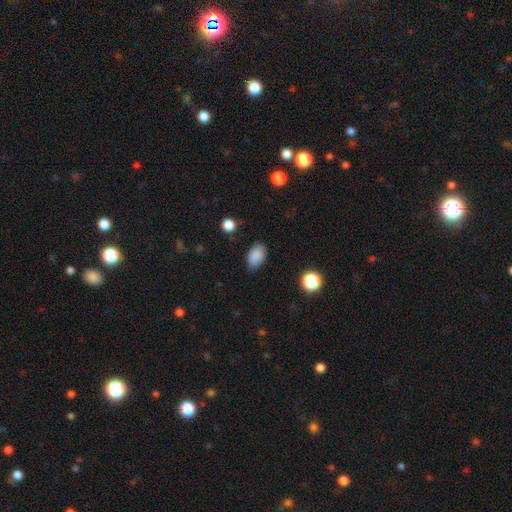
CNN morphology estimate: smooth_or_featured: smooth (p=0.87) [alt: star or artifact p=0.09]
how_rounded: in between (p=0.88) [alt: round p=0.11]
merging: none (p=0.82) [alt: minor disturbance p=0.14]